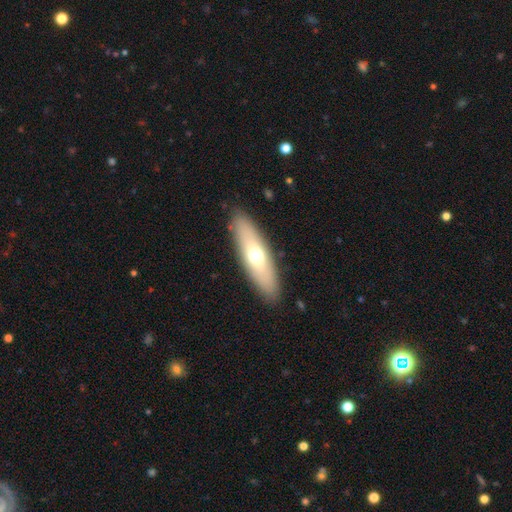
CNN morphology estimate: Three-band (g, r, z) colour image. It shows a smooth galaxy with no disk features (58%) that is cigar-shaped (53%). Merging: none (89%).